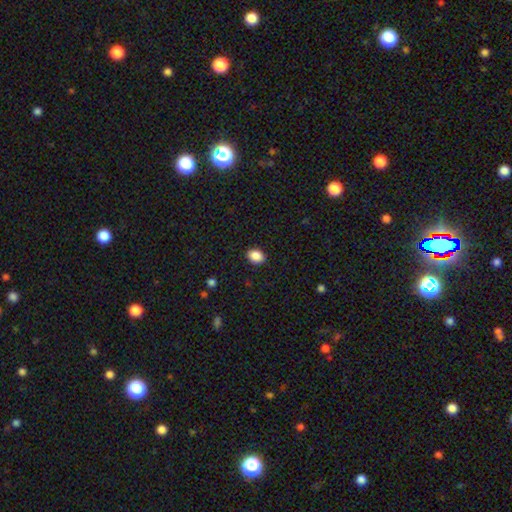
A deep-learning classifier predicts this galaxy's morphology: The model was most divided on "how rounded": in between: 69%, round: 30%, cigar-shaped: 1%. More confident: merging — none (90%); smooth or featured — smooth (88%).